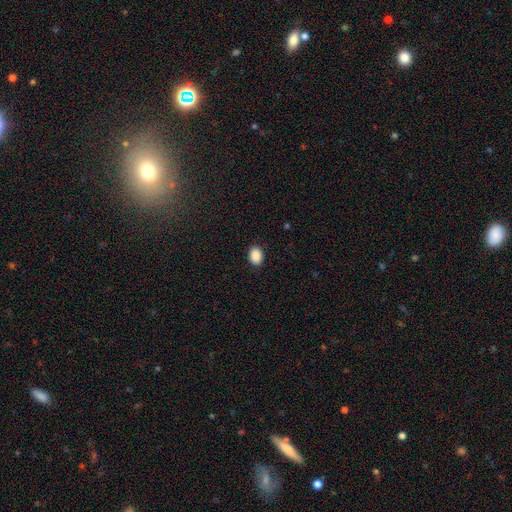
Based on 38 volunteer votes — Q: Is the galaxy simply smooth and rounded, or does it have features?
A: smooth — 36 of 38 (95%).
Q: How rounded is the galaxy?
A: in between — 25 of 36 (69%).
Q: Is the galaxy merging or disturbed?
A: none — 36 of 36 (100%).